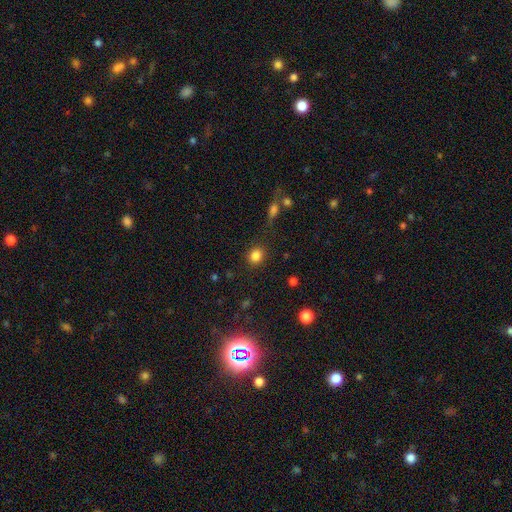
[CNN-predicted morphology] This appears to be a smooth galaxy with no disk features (84%) that is round (75%). Merging: none (86%).